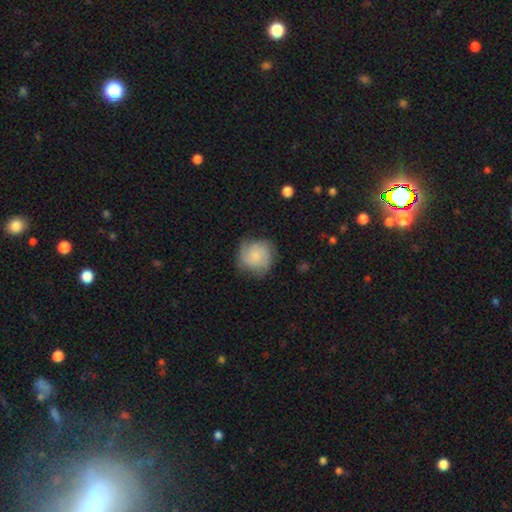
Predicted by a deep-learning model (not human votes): Q: Smooth or featured?
A: smooth (62%); runner-up: featured or disk (31%)
Q: How rounded?
A: round (87%); runner-up: in between (12%)
Q: Merging?
A: none (69%); runner-up: minor disturbance (23%)